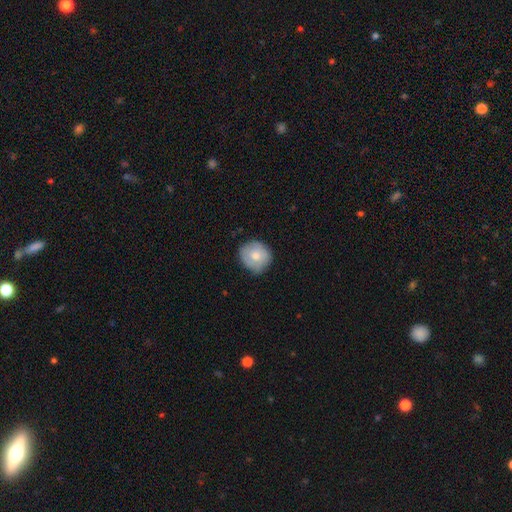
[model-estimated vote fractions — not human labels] smooth_or_featured: smooth (p=0.72) [alt: featured or disk p=0.21]
how_rounded: round (p=0.85) [alt: in between p=0.14]
merging: none (p=0.75) [alt: minor disturbance p=0.20]